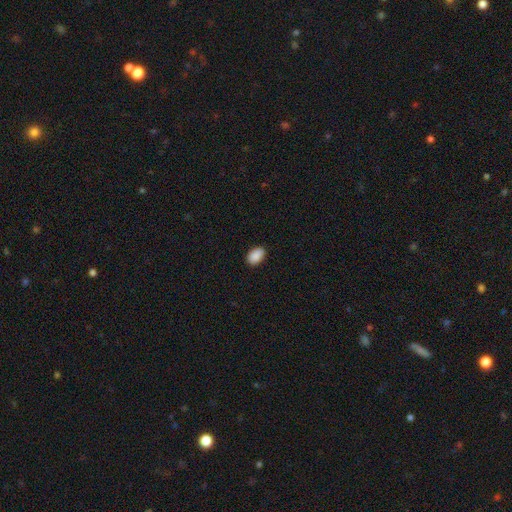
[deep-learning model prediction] Smooth or featured? Predicted: smooth (p=0.90). How rounded? Predicted: in between (p=0.88). Merging? Predicted: none (p=0.86).